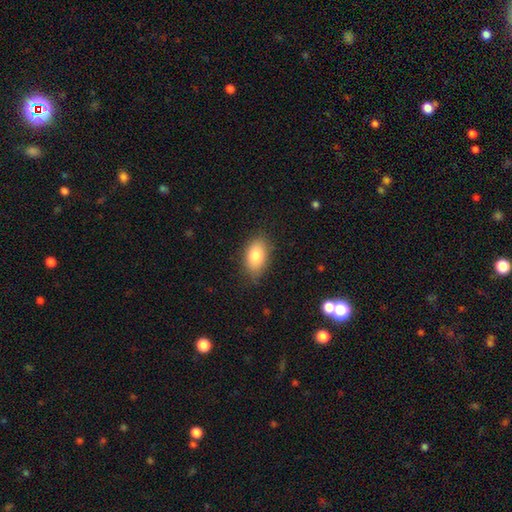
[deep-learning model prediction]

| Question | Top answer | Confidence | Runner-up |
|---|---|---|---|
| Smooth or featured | smooth | 82% | featured or disk (11%) |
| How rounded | in between | 91% | round (7%) |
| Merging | none | 81% | minor disturbance (15%) |